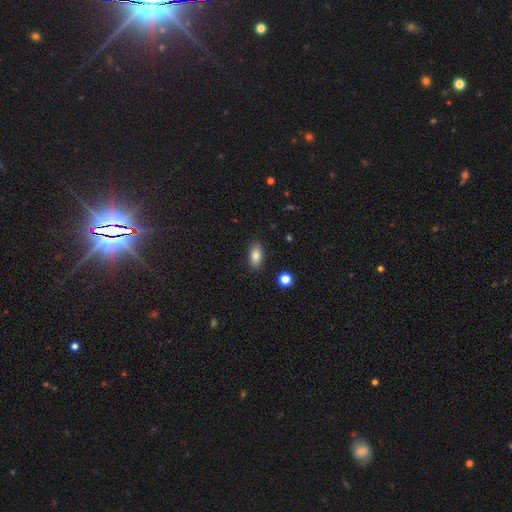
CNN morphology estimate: This appears to be a smooth galaxy with no disk features (86%) that is in between round and cigar-shaped (90%). Merging: none (86%).